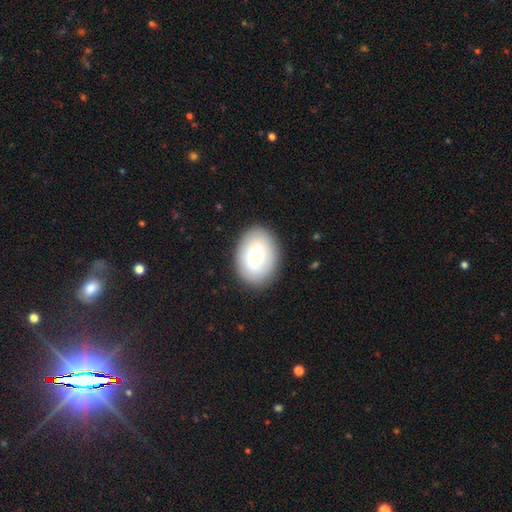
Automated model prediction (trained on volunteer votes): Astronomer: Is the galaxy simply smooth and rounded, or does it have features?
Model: smooth — 63%.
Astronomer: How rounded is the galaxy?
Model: in between — 76%.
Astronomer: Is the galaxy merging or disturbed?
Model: none — 87%.